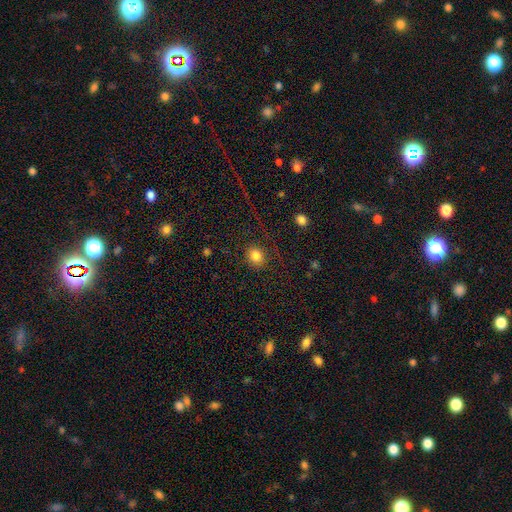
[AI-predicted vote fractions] The model was most divided on "how rounded": round: 74%, in between: 25%, cigar-shaped: 1%. More confident: merging — none (84%); smooth or featured — smooth (82%).